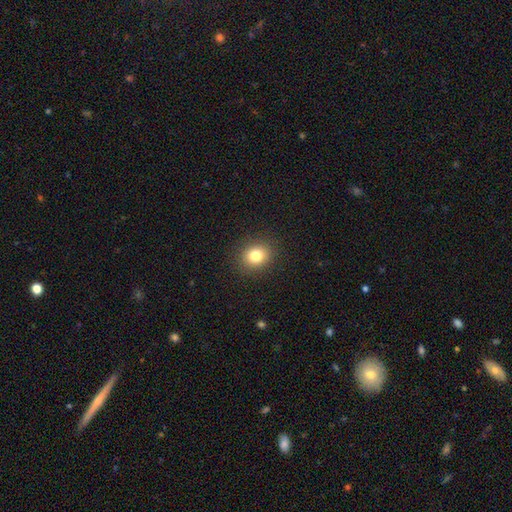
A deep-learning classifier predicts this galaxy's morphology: A smooth galaxy with no disk features (80%) that is round (69%).

Vote fractions:
- Smooth or featured? smooth: 80% / star or artifact: 12% / featured or disk: 8%
- How rounded? round: 69% / in between: 30% / cigar-shaped: 1%
- Merging? none: 90% / minor disturbance: 7% / major disturbance: 3% / merger: 1%